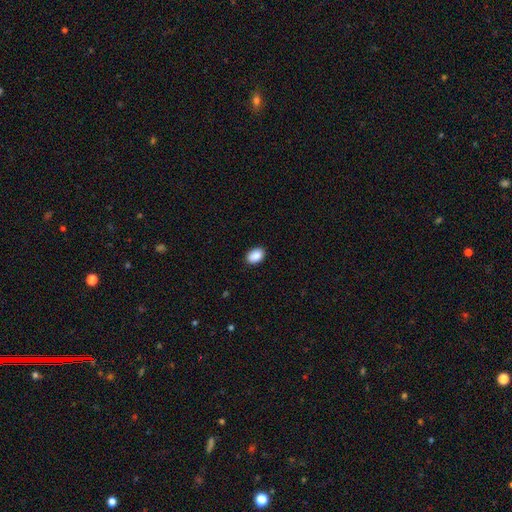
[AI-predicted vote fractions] This is clearly a smooth galaxy (89%). How rounded: clearly in between (84%). Merging: clearly none (88%).